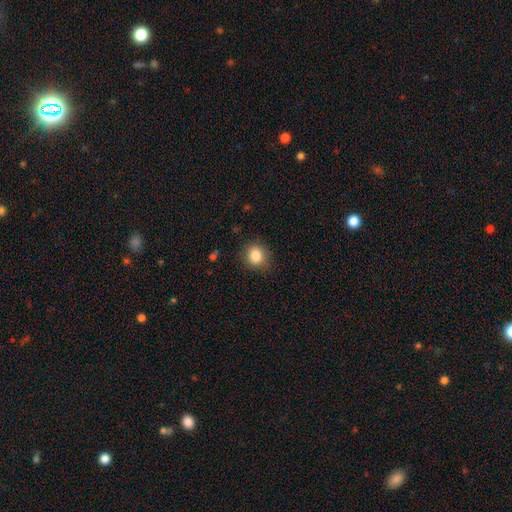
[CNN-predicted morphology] Smooth or featured?
  - smooth: 84% *
  - star or artifact: 10%
  - featured or disk: 6%
How rounded?
  - round: 82% *
  - in between: 17%
  - cigar-shaped: 1%
Merging?
  - none: 86% *
  - minor disturbance: 10%
  - major disturbance: 3%
  - merger: 1%